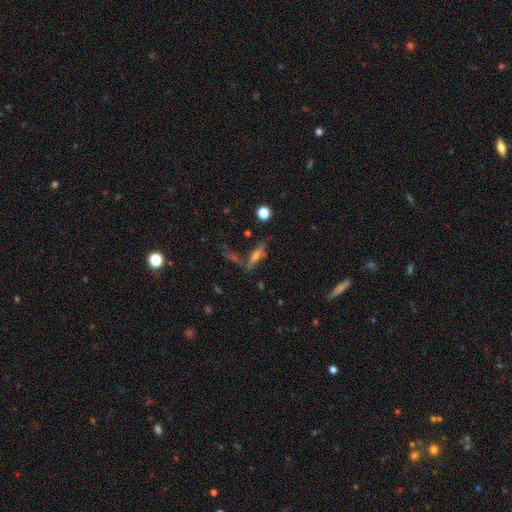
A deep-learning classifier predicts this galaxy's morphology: Smooth or featured?
  - featured or disk: 53% *
  - smooth: 34%
  - star or artifact: 13%
Edge-on disk?
  - yes: 85% *
  - no: 15%
Merging?
  - none: 63% *
  - minor disturbance: 16%
  - merger: 12%
  - major disturbance: 9%